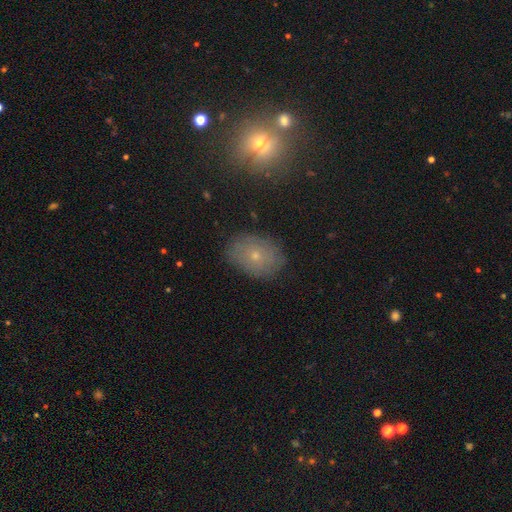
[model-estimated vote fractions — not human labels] smooth-or-featured: smooth: 60% | featured or disk: 25% | star or artifact: 14%
  how-rounded: in between: 73% | round: 26% | cigar-shaped: 1%
  merging: none: 83% | minor disturbance: 12% | major disturbance: 3% | merger: 1%